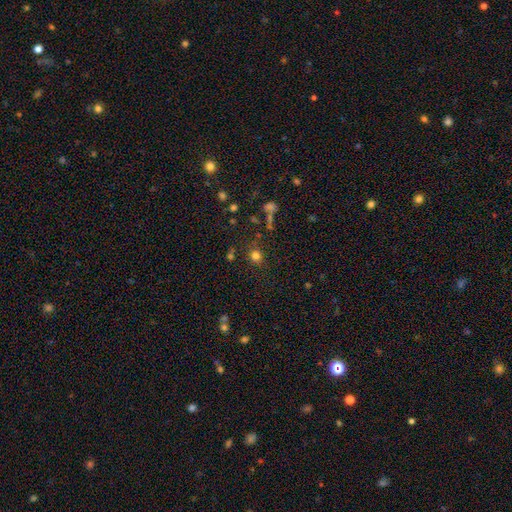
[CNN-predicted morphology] Smooth or featured?
  - smooth: 78% *
  - star or artifact: 16%
  - featured or disk: 6%
How rounded?
  - round: 85% *
  - in between: 14%
  - cigar-shaped: 1%
Merging?
  - none: 81% *
  - minor disturbance: 10%
  - merger: 5%
  - major disturbance: 4%